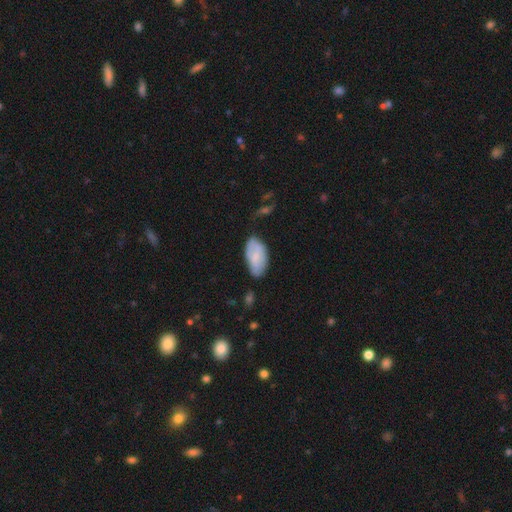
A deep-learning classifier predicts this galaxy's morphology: A smooth galaxy with no disk features (70%) that is in between round and cigar-shaped (94%). Merging: none (58%).